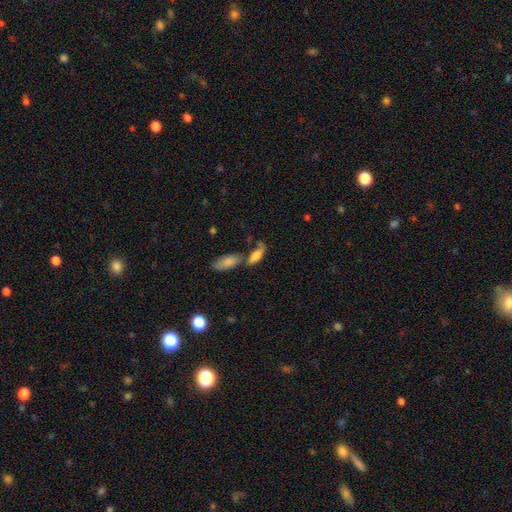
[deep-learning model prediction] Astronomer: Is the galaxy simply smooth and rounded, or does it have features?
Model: smooth — 73%.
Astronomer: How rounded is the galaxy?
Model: in between — 72%.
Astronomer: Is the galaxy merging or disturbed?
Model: merger — 43% (runner-up: none, 34%).